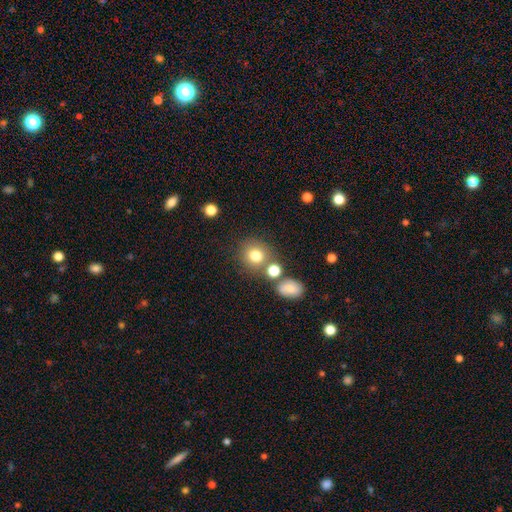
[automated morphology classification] The model was most divided on "merging": none: 72%, merger: 14%, minor disturbance: 10%, major disturbance: 4%. More confident: how rounded — round (84%); smooth or featured — smooth (78%).